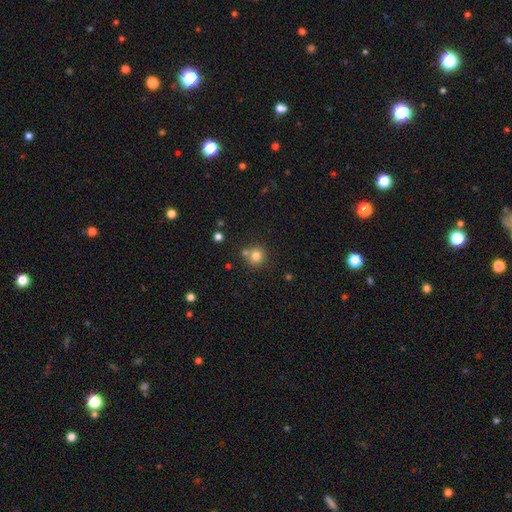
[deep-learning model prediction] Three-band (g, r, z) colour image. It shows a smooth galaxy with no disk features (79%) that is round (90%). Merging: none (67%).